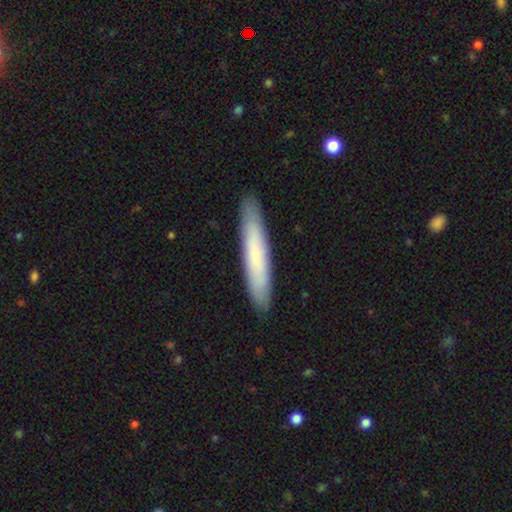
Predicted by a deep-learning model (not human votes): Smooth or featured? Predicted: smooth (p=0.69). How rounded? Predicted: cigar-shaped (p=0.92). Merging? Predicted: none (p=0.90).